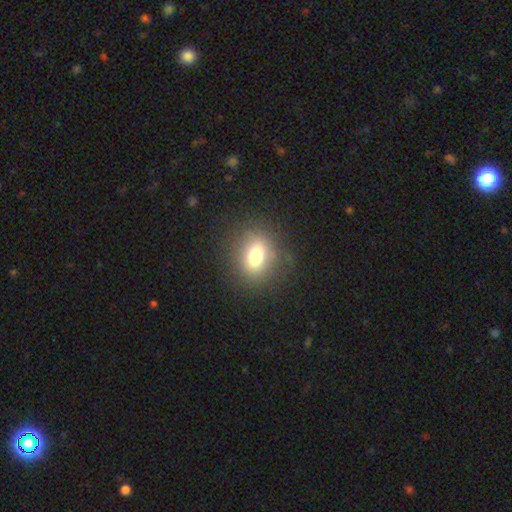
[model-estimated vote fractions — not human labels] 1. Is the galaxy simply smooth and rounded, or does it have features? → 70% smooth, 16% featured or disk, 14% star or artifact.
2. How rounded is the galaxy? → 52% in between, 46% round, 2% cigar-shaped.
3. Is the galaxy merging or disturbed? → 80% none, 12% minor disturbance, 6% major disturbance, 1% merger.